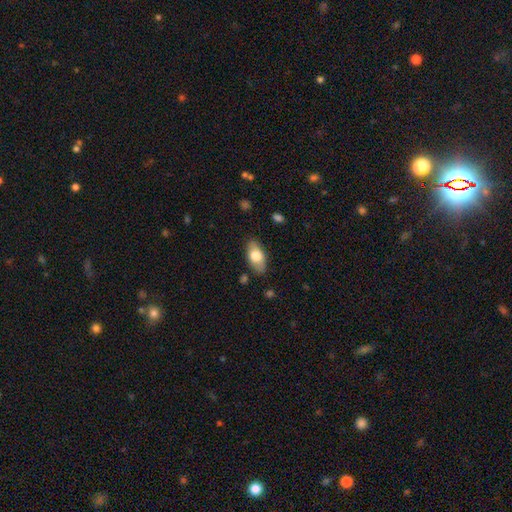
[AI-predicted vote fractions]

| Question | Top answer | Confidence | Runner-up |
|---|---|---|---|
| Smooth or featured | smooth | 72% | featured or disk (22%) |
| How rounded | in between | 91% | cigar-shaped (6%) |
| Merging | none | 83% | minor disturbance (13%) |